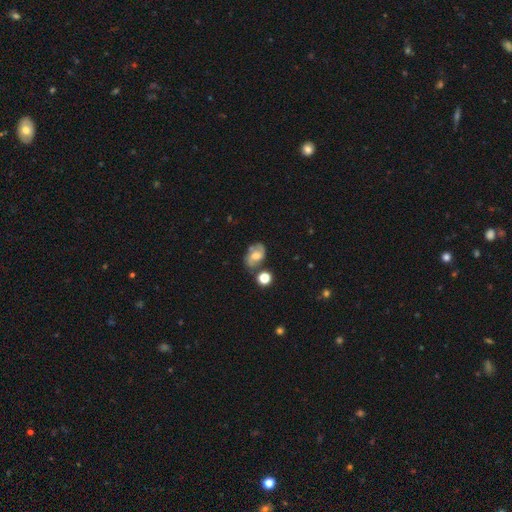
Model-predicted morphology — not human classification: This is possibly a featured or disk galaxy (53%). It is clearly not viewed edge-on (96%). Bar: possibly no (47%). Spiral arm pattern: clearly yes (81%). Central bulge: possibly moderate (48%). Merging: possibly none (57%).